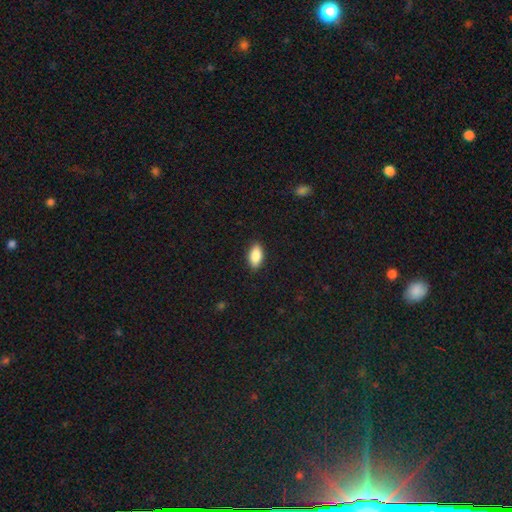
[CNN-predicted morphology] The model was most divided on "merging": none: 88%, minor disturbance: 9%, major disturbance: 2%, merger: 1%. More confident: how rounded — in between (91%); smooth or featured — smooth (87%).